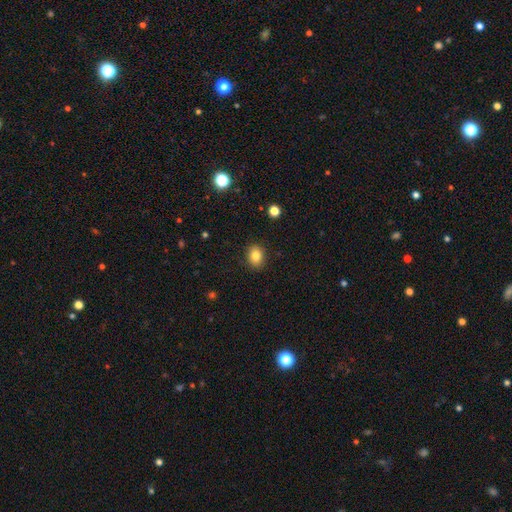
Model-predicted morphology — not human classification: A smooth galaxy with no disk features (83%) that is in between round and cigar-shaped (54%).

Vote fractions:
- Smooth or featured? smooth: 83% / star or artifact: 10% / featured or disk: 6%
- How rounded? in between: 54% / round: 45% / cigar-shaped: 1%
- Merging? none: 89% / minor disturbance: 8% / major disturbance: 2% / merger: 1%